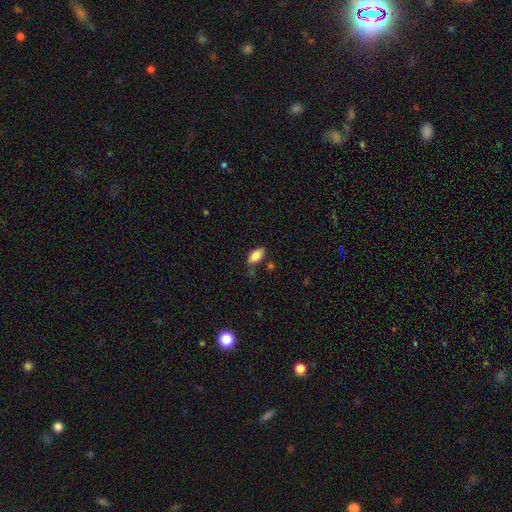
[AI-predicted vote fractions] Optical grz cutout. It shows a smooth galaxy with no disk features (85%) that is in between round and cigar-shaped (93%). Merging: none (70%).